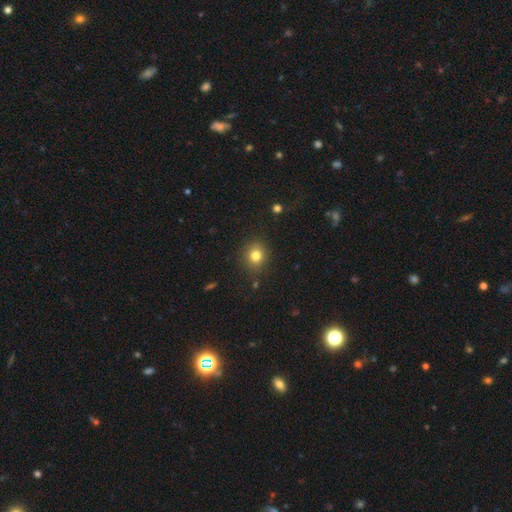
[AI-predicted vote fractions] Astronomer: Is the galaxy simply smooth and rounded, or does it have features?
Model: smooth — 80%.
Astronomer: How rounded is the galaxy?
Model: round — 83%.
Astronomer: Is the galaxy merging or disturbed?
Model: none — 87%.